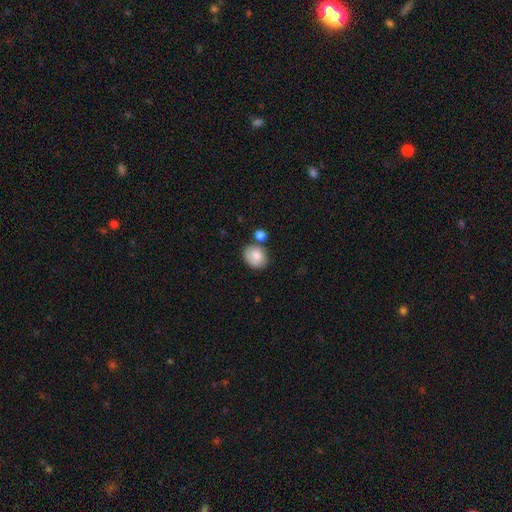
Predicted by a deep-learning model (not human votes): The model was most divided on "how rounded": round: 57%, in between: 42%, cigar-shaped: 1%. More confident: smooth or featured — smooth (81%); merging — none (61%).